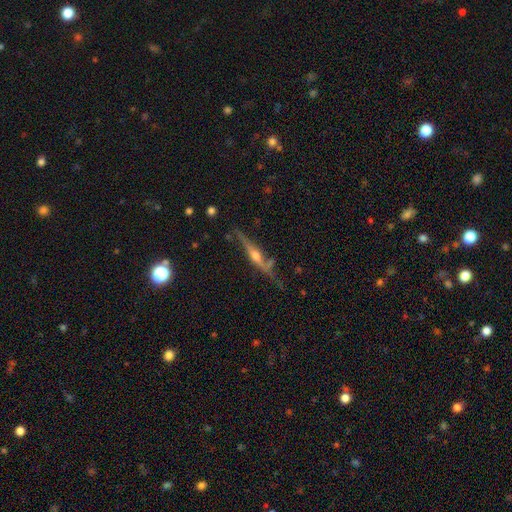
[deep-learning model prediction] Overall: featured or disk (81%). Edge-on disk: yes (93%). Edge-on bulge: rounded (89%). Merging: none (67%).